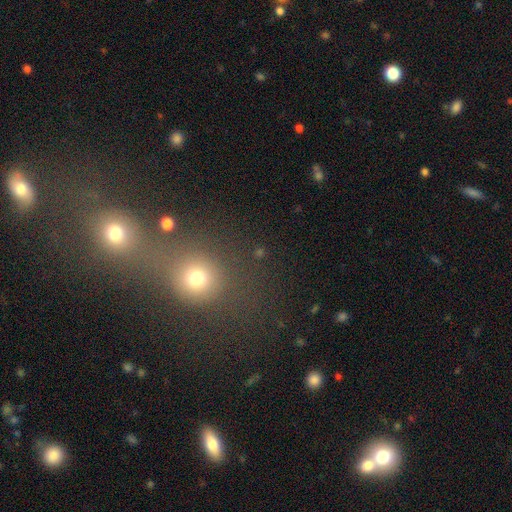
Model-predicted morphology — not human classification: Smooth or featured? Predicted: smooth (p=0.59). How rounded? Predicted: round (p=0.81). Merging? Predicted: none (p=0.48).